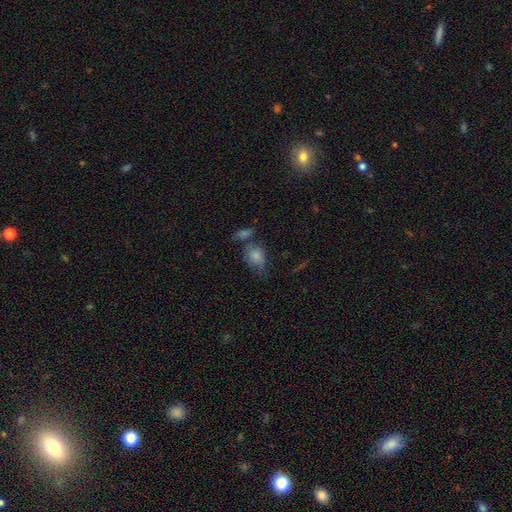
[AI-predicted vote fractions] Smooth or featured? smooth (78%)
How rounded? in between (69%)
Merging? none (38%)